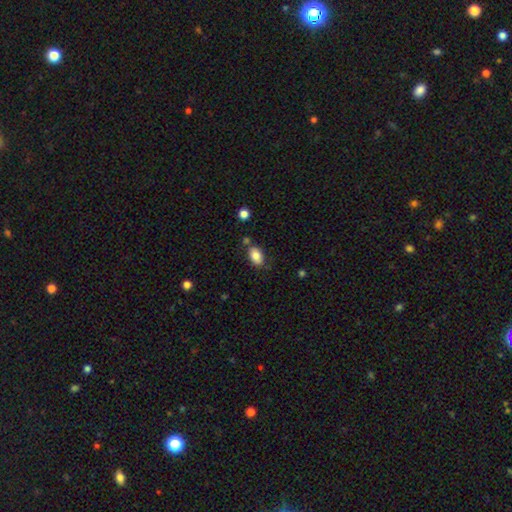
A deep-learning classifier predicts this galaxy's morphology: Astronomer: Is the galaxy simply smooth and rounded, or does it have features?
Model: smooth — 83%.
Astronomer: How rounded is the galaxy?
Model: in between — 89%.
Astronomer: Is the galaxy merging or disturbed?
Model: none — 74%.